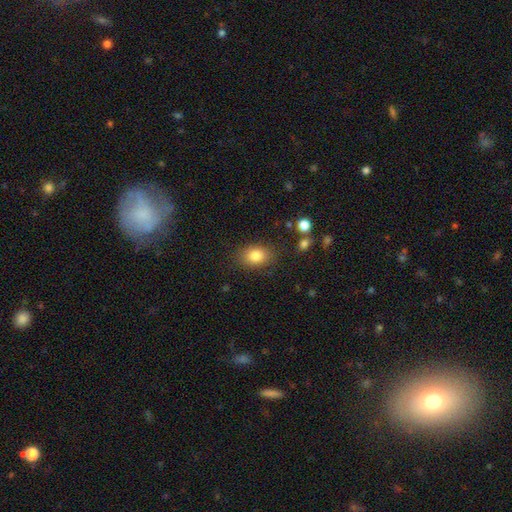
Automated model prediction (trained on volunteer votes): smooth_or_featured: smooth (p=0.84) [alt: star or artifact p=0.09]
how_rounded: in between (p=0.72) [alt: round p=0.27]
merging: none (p=0.83) [alt: minor disturbance p=0.12]